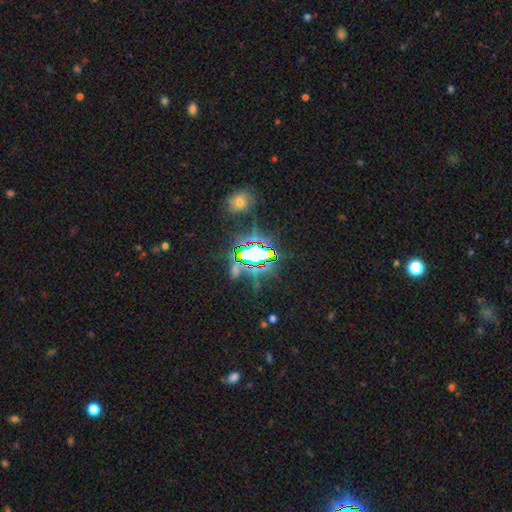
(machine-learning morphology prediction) A star or artifact, not a galaxy (73%).